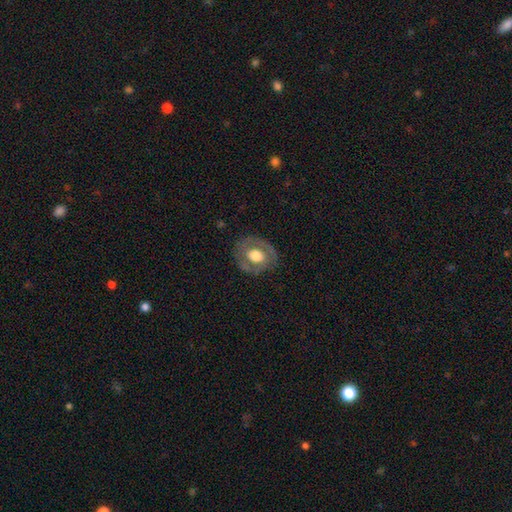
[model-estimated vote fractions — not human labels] This appears to be a featured or disk galaxy (49%). Merging: none (76%).